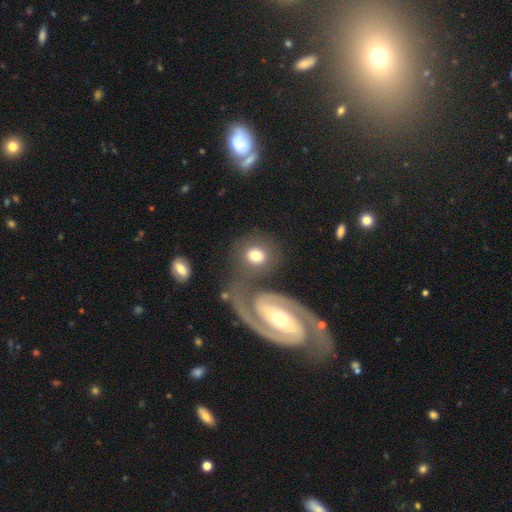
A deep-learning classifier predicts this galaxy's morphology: smooth_or_featured: smooth (p=0.68) [alt: featured or disk p=0.24]
how_rounded: round (p=0.72) [alt: in between p=0.27]
merging: none (p=0.54) [alt: merger p=0.25]